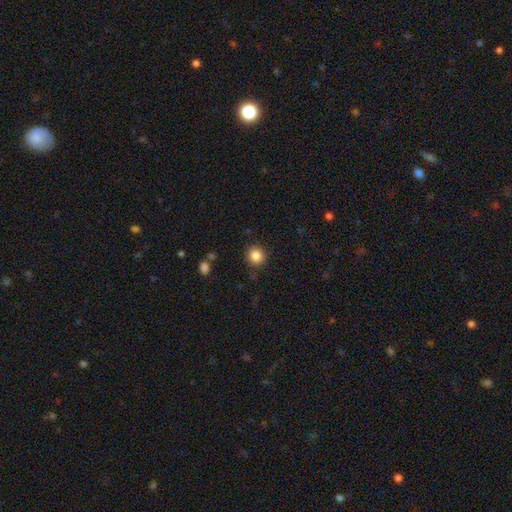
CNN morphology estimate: type=smooth (85%); roundness=round (92%); merging=none (89%).